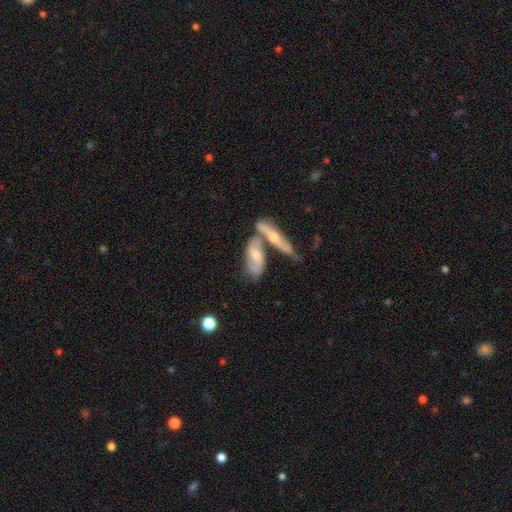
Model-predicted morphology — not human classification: Smooth or featured? featured or disk (62%)
Edge-on disk? no (76%)
Merging? merger (52%)